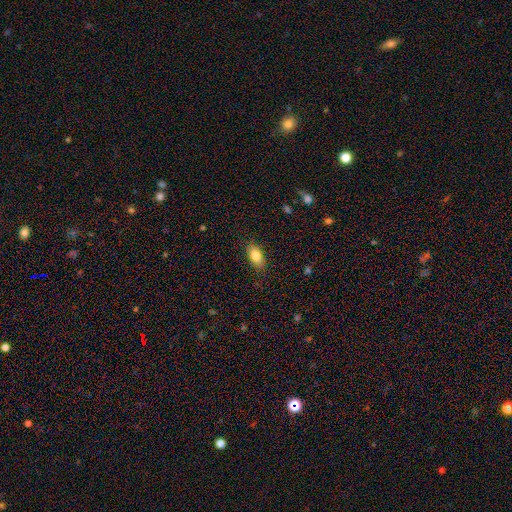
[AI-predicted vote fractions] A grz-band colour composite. It shows a smooth galaxy with no disk features (83%) that is in between round and cigar-shaped (89%). Merging: none (85%).